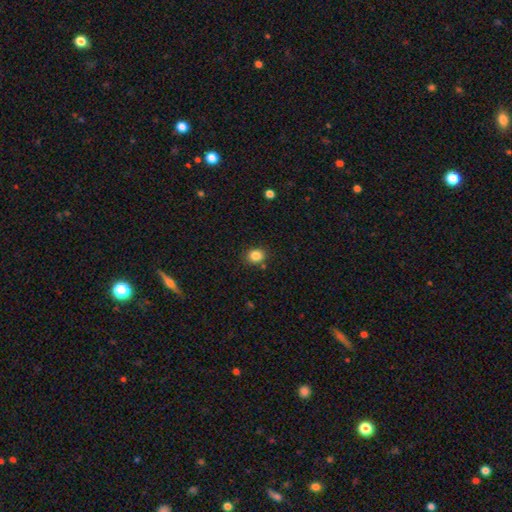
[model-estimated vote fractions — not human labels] A smooth galaxy with no disk features (84%) that is round (64%). Merging: none (82%).